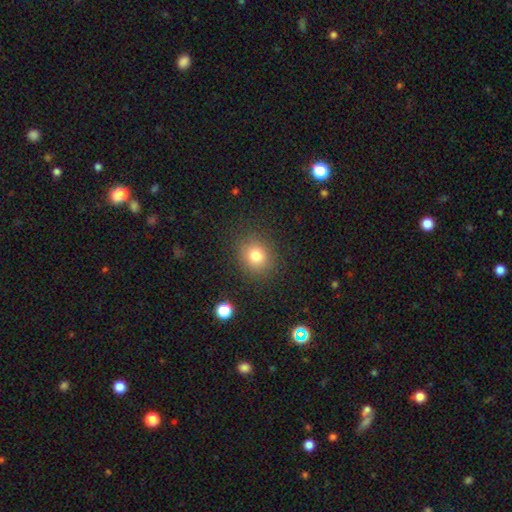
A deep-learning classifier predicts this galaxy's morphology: This is likely a smooth galaxy (80%). How rounded: likely round (74%). Merging: clearly none (86%).